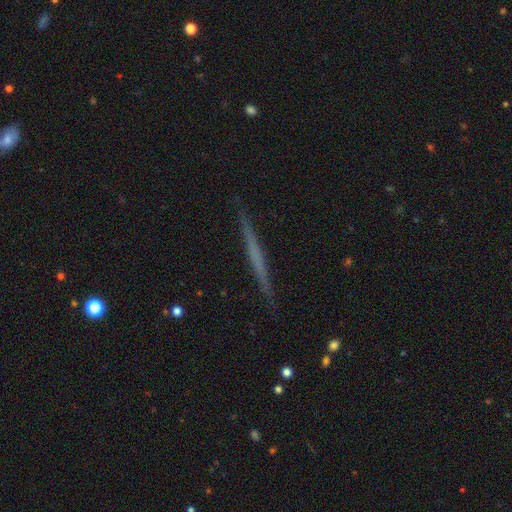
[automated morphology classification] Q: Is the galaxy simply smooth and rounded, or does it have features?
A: featured or disk — 57%.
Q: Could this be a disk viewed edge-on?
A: yes — 98%.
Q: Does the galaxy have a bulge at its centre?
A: none — 89%.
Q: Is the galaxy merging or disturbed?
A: none — 91%.